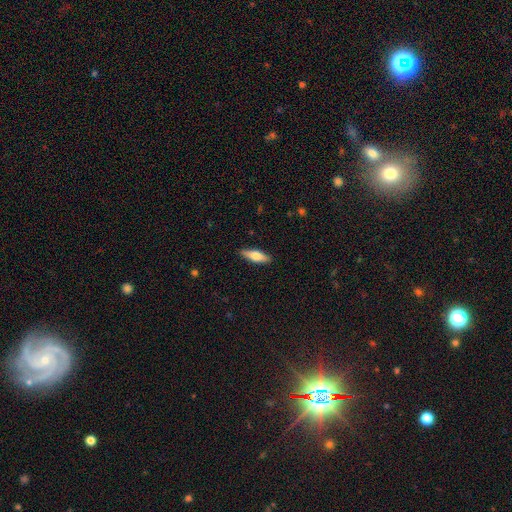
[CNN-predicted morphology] Overall: smooth (60%; featured or disk 34%). How rounded: cigar-shaped (50%; in between 48%). Merging: none (88%).